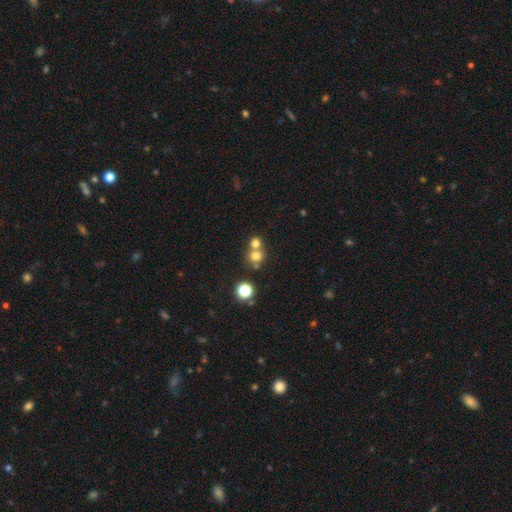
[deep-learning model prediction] A smooth galaxy with no disk features (72%) that is round (87%). Merging: none (46%, tied with merger).